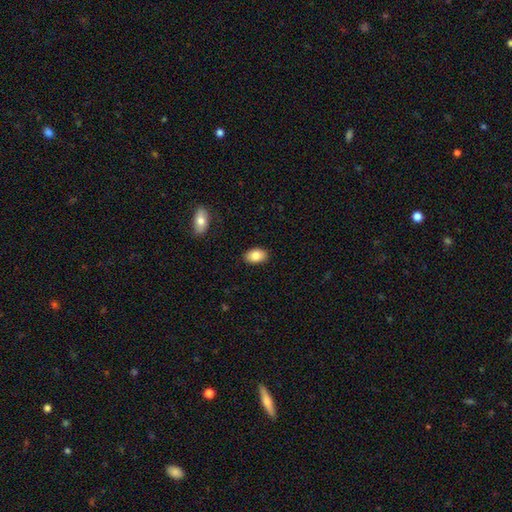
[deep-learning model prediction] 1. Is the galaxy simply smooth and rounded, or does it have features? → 85% smooth, 8% featured or disk, 7% star or artifact.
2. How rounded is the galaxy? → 90% in between, 9% round, 1% cigar-shaped.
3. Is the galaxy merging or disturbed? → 88% none, 9% minor disturbance, 2% major disturbance, 1% merger.